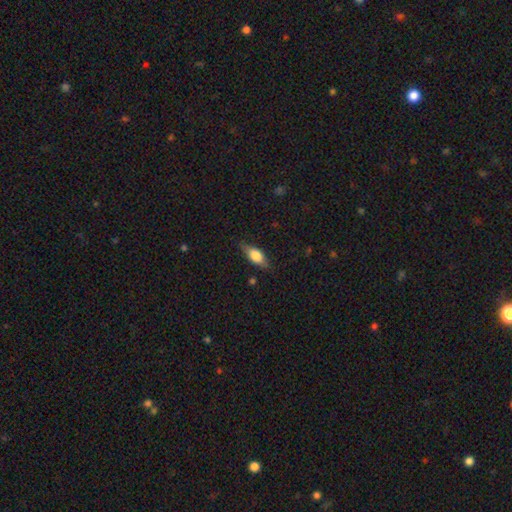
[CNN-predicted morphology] This is likely a smooth galaxy (68%). How rounded: likely in between (77%). Merging: likely none (79%).